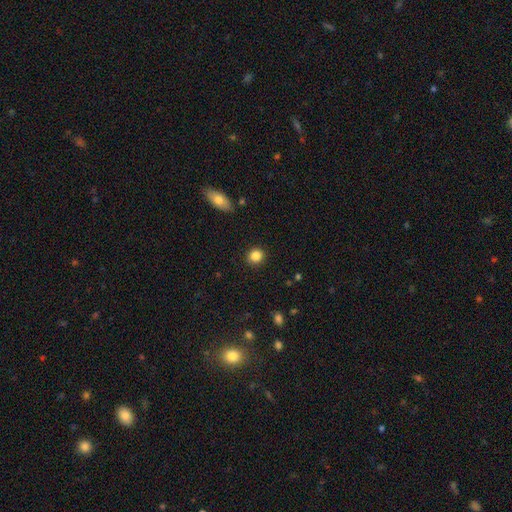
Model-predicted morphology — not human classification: A smooth galaxy with no disk features (85%) that is round (86%).

Vote fractions:
- Smooth or featured? smooth: 85% / star or artifact: 10% / featured or disk: 5%
- How rounded? round: 86% / in between: 13% / cigar-shaped: 1%
- Merging? none: 91% / minor disturbance: 6% / major disturbance: 2% / merger: 1%